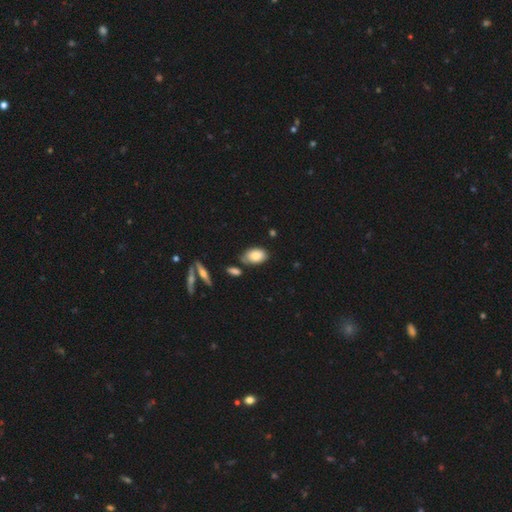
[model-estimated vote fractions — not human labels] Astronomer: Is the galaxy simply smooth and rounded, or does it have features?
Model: smooth — 81%.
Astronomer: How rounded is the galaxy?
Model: in between — 90%.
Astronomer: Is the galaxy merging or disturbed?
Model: none — 66%.